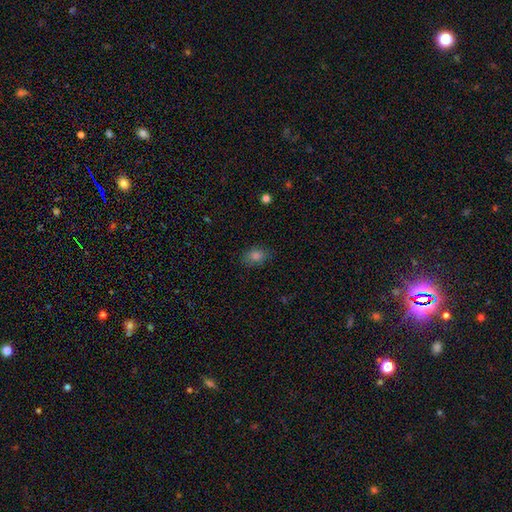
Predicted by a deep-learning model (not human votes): smooth-or-featured: smooth: 78% | star or artifact: 16% | featured or disk: 7%
  how-rounded: in between: 70% | round: 28% | cigar-shaped: 2%
  merging: none: 82% | minor disturbance: 13% | major disturbance: 3% | merger: 1%